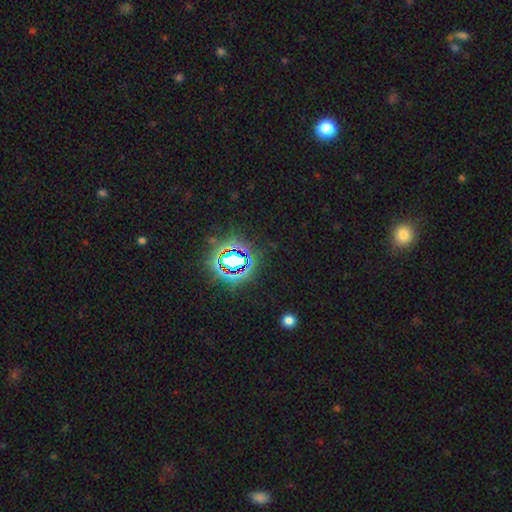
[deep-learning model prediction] Smooth or featured? star or artifact (79%)